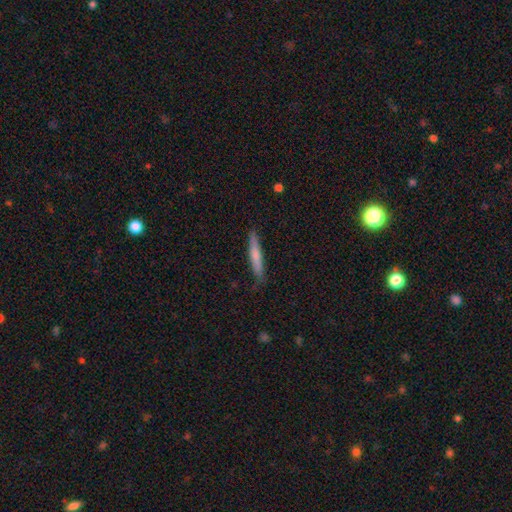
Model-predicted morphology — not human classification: The model was most divided on "smooth or featured": smooth: 66%, featured or disk: 28%, star or artifact: 6%. More confident: how rounded — cigar-shaped (93%); merging — none (85%).